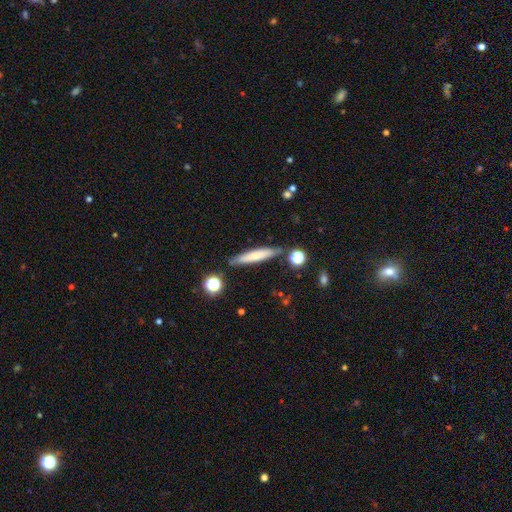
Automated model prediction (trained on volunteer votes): A smooth galaxy with no disk features (62%) that is cigar-shaped (90%). Merging: none (83%).